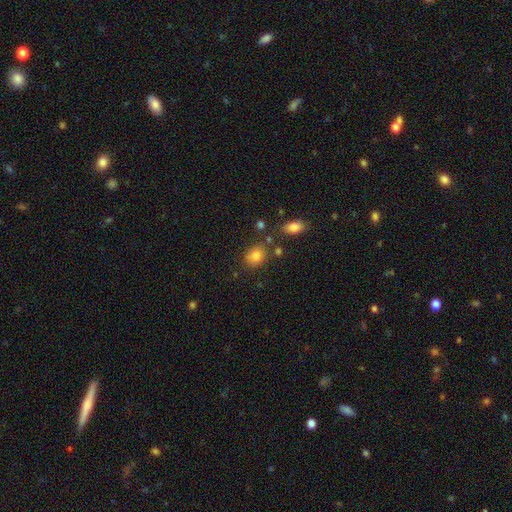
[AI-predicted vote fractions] smooth-or-featured: smooth: 82% | star or artifact: 11% | featured or disk: 7%
  how-rounded: in between: 55% | round: 44% | cigar-shaped: 1%
  merging: none: 72% | minor disturbance: 15% | merger: 8% | major disturbance: 5%